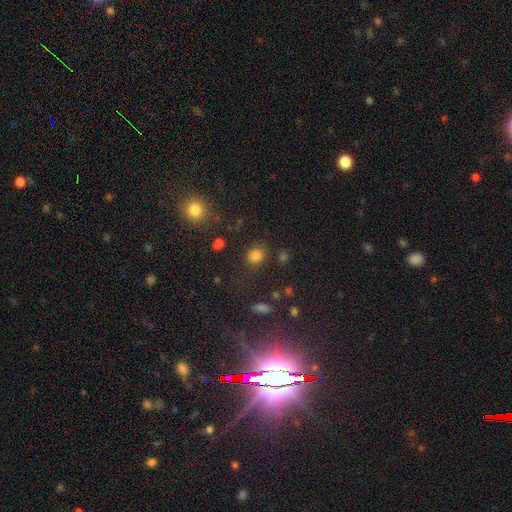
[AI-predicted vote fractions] smooth 79%, star or artifact 15%, featured or disk 6%. Down the decision tree: how rounded — round (64%); merging — none (78%).